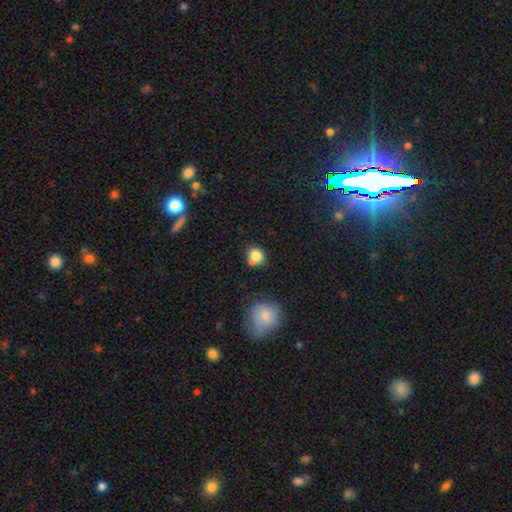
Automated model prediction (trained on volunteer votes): smooth_or_featured: smooth (p=0.80) [alt: star or artifact p=0.10]
how_rounded: round (p=0.76) [alt: in between p=0.23]
merging: none (p=0.54) [alt: merger p=0.26]